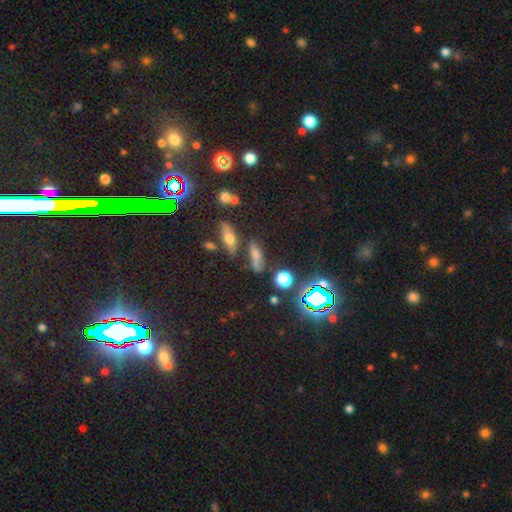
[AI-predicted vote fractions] Smooth or featured? Predicted: smooth (p=0.61). How rounded? Predicted: in between (p=0.49). Merging? Predicted: none (p=0.58).